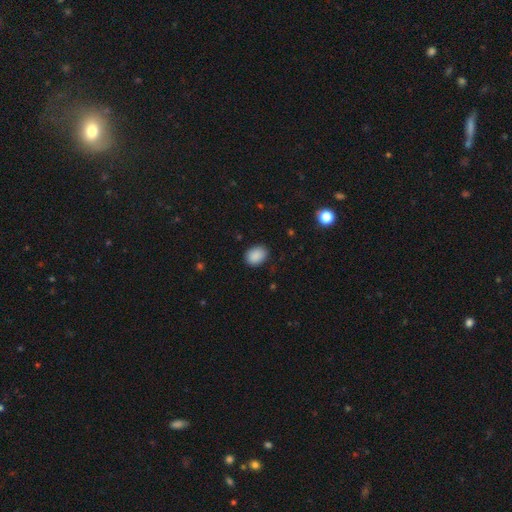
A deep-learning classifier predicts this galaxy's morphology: This is clearly a smooth galaxy (89%). How rounded: likely in between (69%). Merging: clearly none (86%).